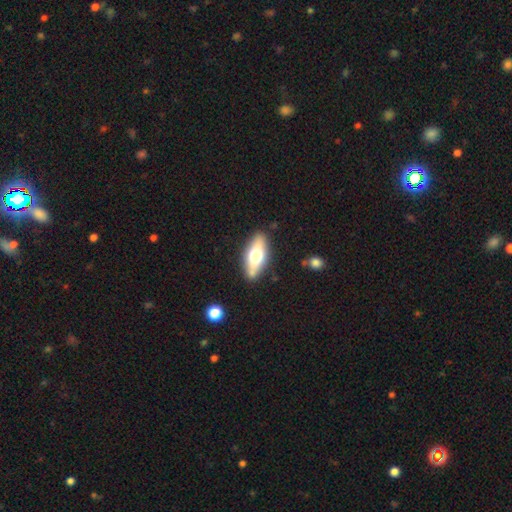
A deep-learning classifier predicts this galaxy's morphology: type=smooth (53%); roundness=in between (71%); merging=none (84%).